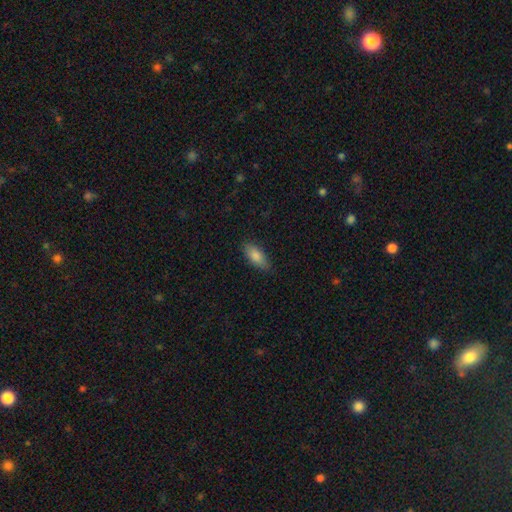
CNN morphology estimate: smooth-or-featured: smooth: 86% | featured or disk: 8% | star or artifact: 6%
  how-rounded: in between: 84% | cigar-shaped: 14% | round: 2%
  merging: none: 83% | minor disturbance: 14% | major disturbance: 3% | merger: 1%